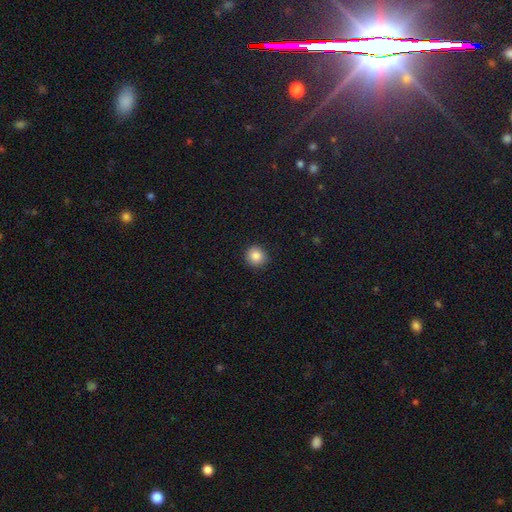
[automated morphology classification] Q: Smooth or featured?
A: smooth (86%); runner-up: star or artifact (9%)
Q: How rounded?
A: round (93%); runner-up: in between (7%)
Q: Merging?
A: none (91%); runner-up: minor disturbance (6%)